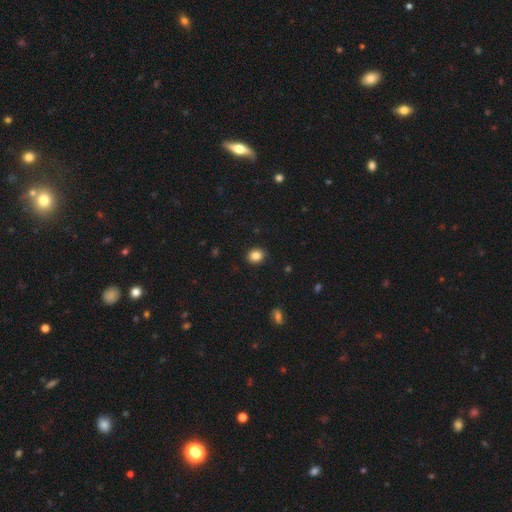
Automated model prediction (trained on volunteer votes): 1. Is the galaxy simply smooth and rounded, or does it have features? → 85% smooth, 10% star or artifact, 5% featured or disk.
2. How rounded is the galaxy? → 66% round, 33% in between, 1% cigar-shaped.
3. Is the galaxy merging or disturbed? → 90% none, 7% minor disturbance, 2% major disturbance, 1% merger.